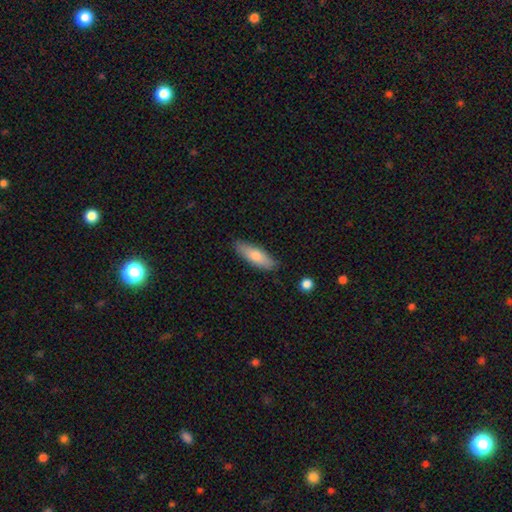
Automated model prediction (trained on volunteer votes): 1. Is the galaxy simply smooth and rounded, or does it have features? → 73% smooth, 21% featured or disk, 6% star or artifact.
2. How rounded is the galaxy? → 51% in between, 47% cigar-shaped, 2% round.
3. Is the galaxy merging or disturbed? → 85% none, 12% minor disturbance, 2% major disturbance, 2% merger.